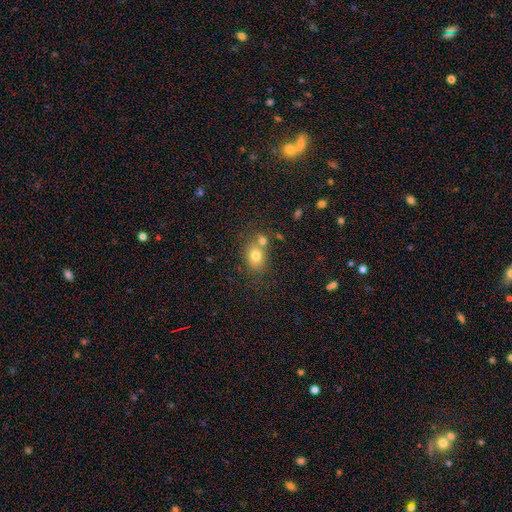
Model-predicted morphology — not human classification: This appears to be a smooth galaxy with no disk features (77%) that is in between round and cigar-shaped (54%). Merging: none (54%).